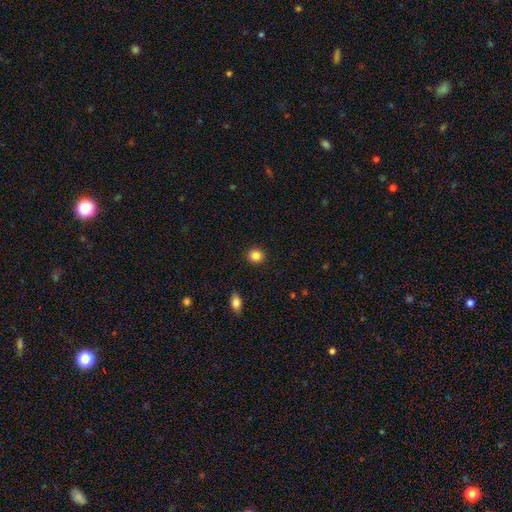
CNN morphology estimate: This appears to be a smooth galaxy with no disk features (86%) that is round (87%). Merging: none (92%).